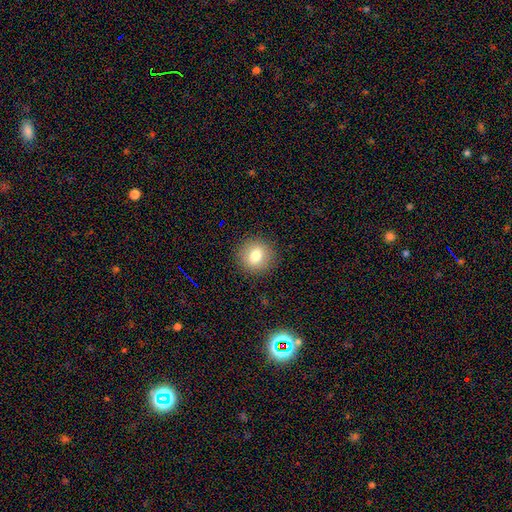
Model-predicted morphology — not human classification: A smooth galaxy with no disk features (76%) that is round (89%).

Vote fractions:
- Smooth or featured? smooth: 76% / featured or disk: 14% / star or artifact: 10%
- How rounded? round: 89% / in between: 10% / cigar-shaped: 1%
- Merging? none: 90% / minor disturbance: 7% / major disturbance: 2% / merger: 1%